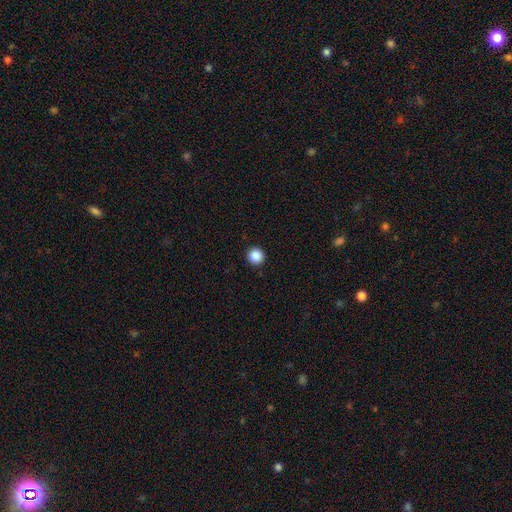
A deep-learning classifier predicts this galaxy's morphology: This is clearly a smooth galaxy (87%). How rounded: clearly round (95%). Merging: clearly none (93%).